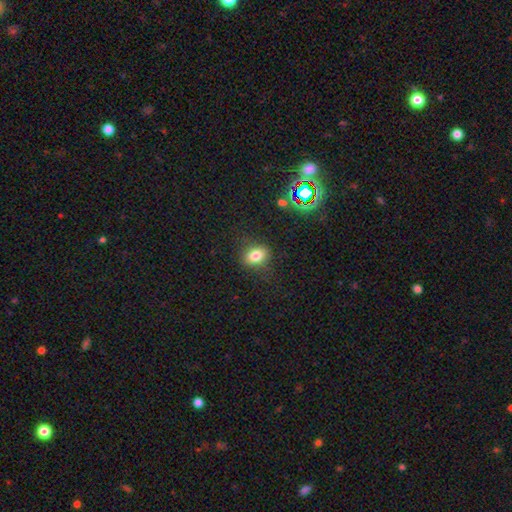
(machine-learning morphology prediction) This appears to be a smooth galaxy with no disk features (79%) that is in between round and cigar-shaped (67%). Merging: none (82%).